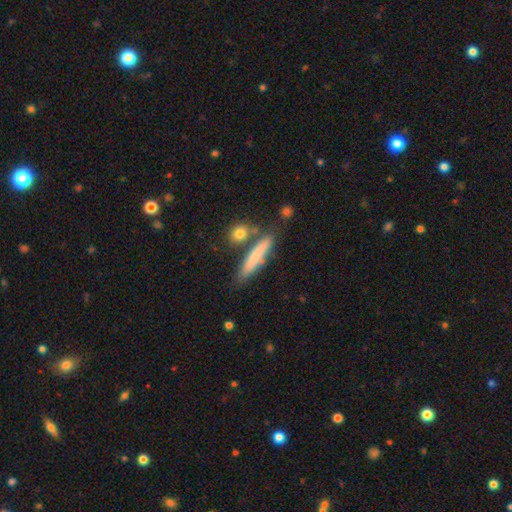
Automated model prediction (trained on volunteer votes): This appears to be a smooth galaxy with no disk features (73%) that is cigar-shaped (86%). Merging: none (73%).